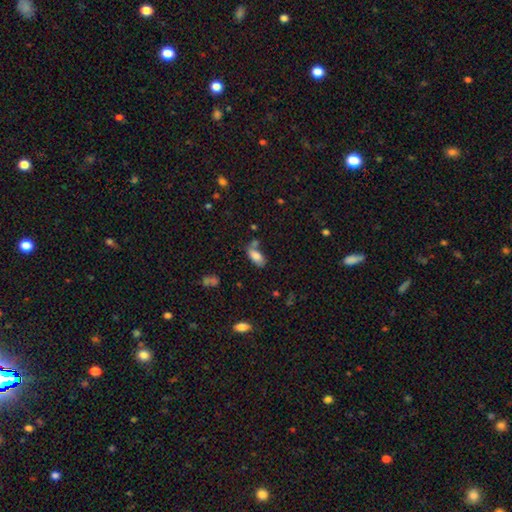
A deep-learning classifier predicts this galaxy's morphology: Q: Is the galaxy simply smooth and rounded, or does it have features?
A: smooth — 81%.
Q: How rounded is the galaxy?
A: in between — 91%.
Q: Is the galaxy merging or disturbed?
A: none — 49%.